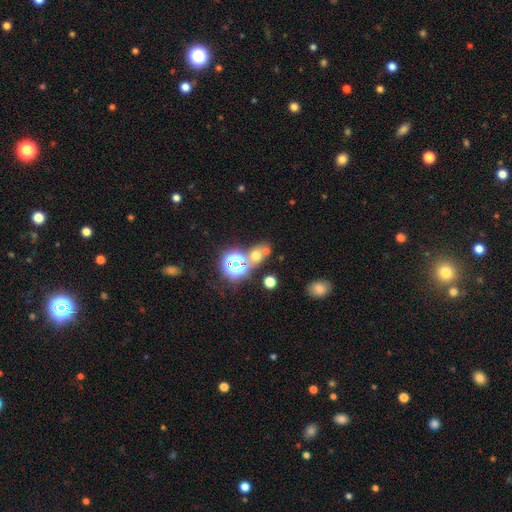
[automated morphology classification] Smooth or featured: smooth — 51% (star or artifact — 35%)
How rounded: round — 67% (in between — 31%)
Merging: none — 53% (merger — 31%)